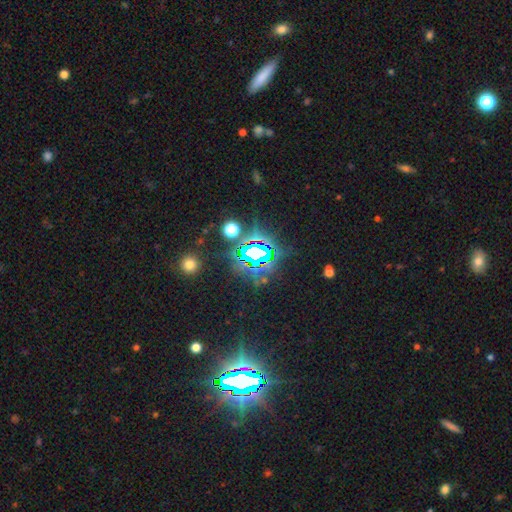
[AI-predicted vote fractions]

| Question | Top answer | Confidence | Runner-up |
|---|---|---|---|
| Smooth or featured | star or artifact | 76% | smooth (14%) |